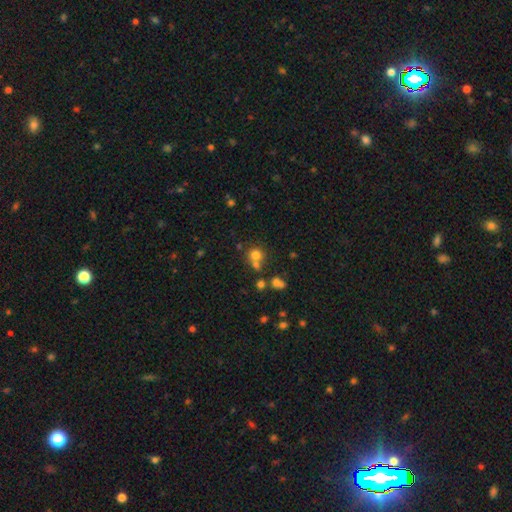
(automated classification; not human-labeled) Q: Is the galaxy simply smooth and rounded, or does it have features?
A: smooth — 72%.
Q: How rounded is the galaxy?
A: round — 82%.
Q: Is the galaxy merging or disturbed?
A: none — 50%.